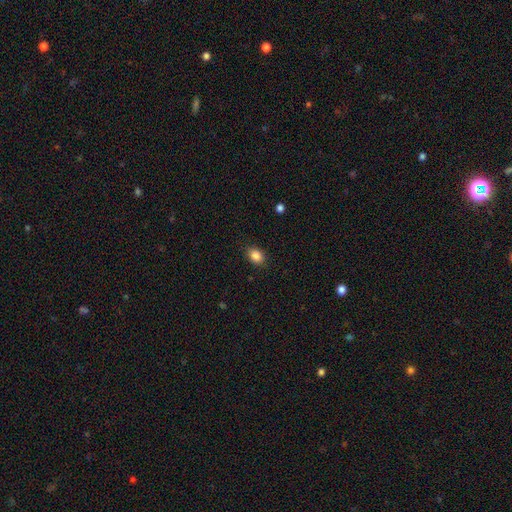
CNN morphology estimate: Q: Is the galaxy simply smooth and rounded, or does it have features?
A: smooth — 86%.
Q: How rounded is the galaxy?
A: in between — 64%.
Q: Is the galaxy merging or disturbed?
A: none — 85%.